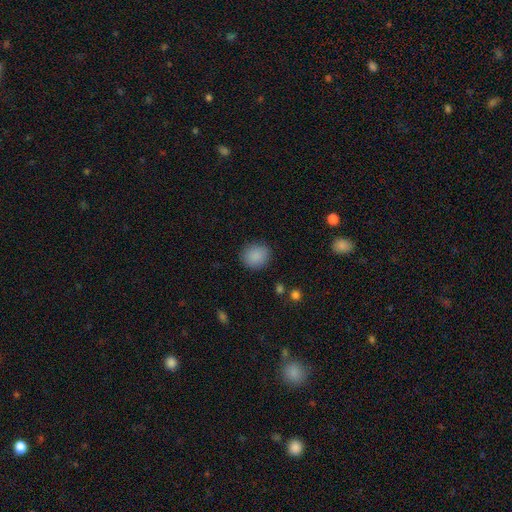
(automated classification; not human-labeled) This appears to be a smooth galaxy with no disk features (88%) that is round (75%). Merging: none (87%).